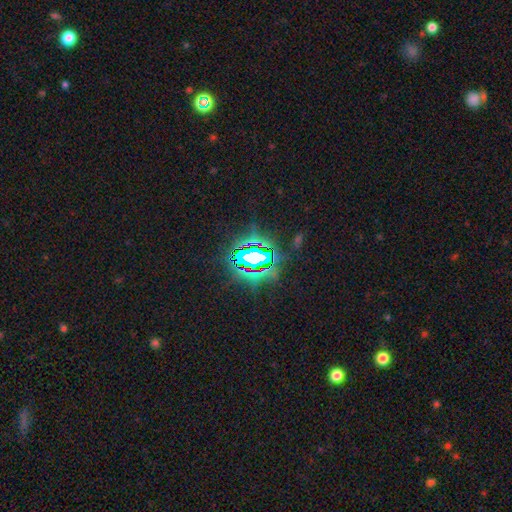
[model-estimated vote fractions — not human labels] Overall: star or artifact (74%).